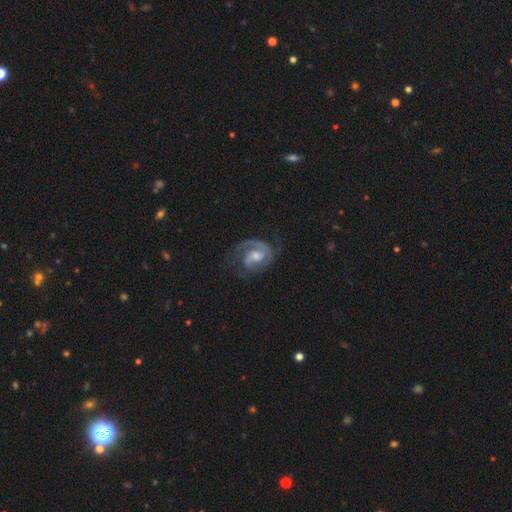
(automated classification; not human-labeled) This appears to be a featured or disk galaxy (88%) with a weak bar (47%), 2 (74%) medium (49%) spiral arms (97%) and a moderate central bulge (55%). Merging: none (68%).